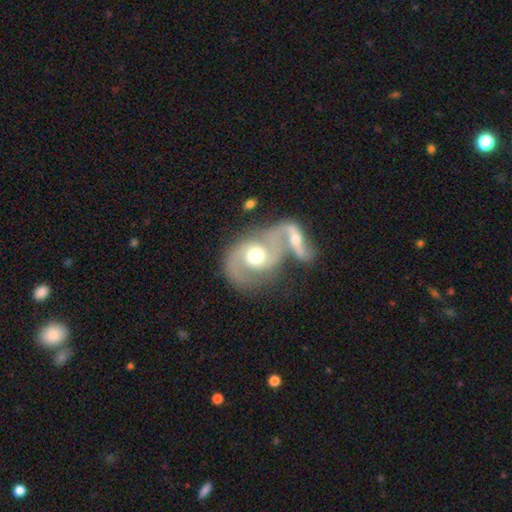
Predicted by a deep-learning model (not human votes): Smooth or featured?
  - featured or disk: 82% *
  - smooth: 13%
  - star or artifact: 6%
Edge-on disk?
  - no: 97% *
  - yes: 3%
Bar?
  - no: 65% *
  - weak: 27%
  - strong: 8%
Spiral arms?
  - yes: 93% *
  - no: 7%
Spiral winding?
  - medium: 51% *
  - loose: 31%
  - tight: 18%
Spiral arm count?
  - 2: 88% *
  - 1: 5%
  - can't tell: 4%
  - 3: 1%
  - 4: 1%
  - more than 4: 1%
Bulge size?
  - moderate: 71% *
  - large: 17%
  - small: 8%
  - dominant: 2%
  - none: 1%
Merging?
  - merger: 63% *
  - none: 21%
  - minor disturbance: 8%
  - major disturbance: 8%